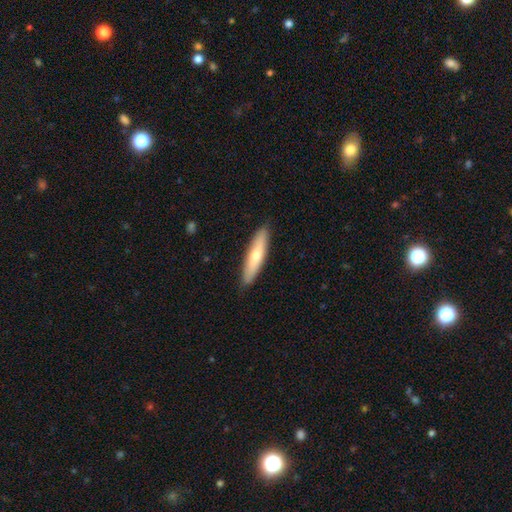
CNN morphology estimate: Smooth or featured? Predicted: smooth (p=0.64). How rounded? Predicted: cigar-shaped (p=0.81). Merging? Predicted: none (p=0.89).